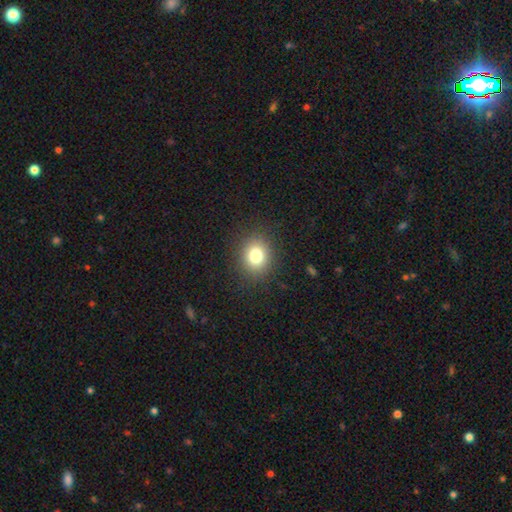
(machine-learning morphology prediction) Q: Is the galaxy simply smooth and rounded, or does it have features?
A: smooth — 80%.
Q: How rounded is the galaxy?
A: round — 67%.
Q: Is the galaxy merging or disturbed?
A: none — 88%.